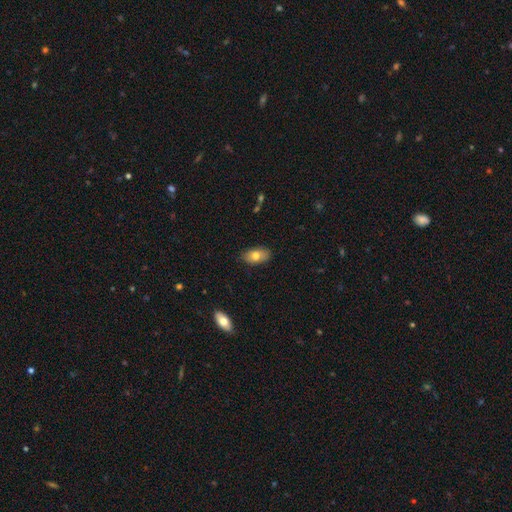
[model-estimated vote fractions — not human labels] This is likely a smooth galaxy (74%). How rounded: clearly in between (91%). Merging: clearly none (84%).